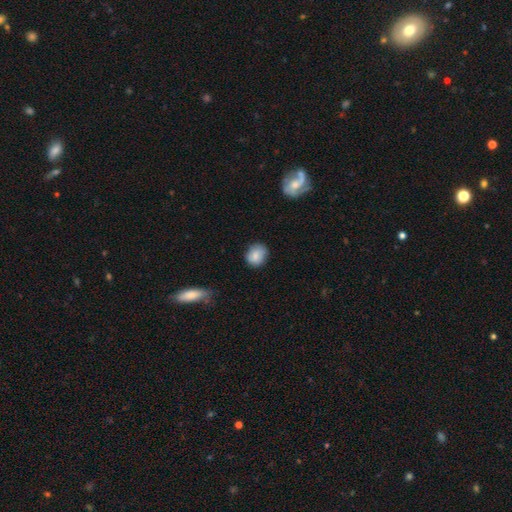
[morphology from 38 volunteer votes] smooth_or_featured: smooth (p=0.76) [alt: featured or disk p=0.16]
how_rounded: round (p=0.59) [alt: in between p=0.38]
merging: none (p=0.80) [alt: minor disturbance p=0.17]